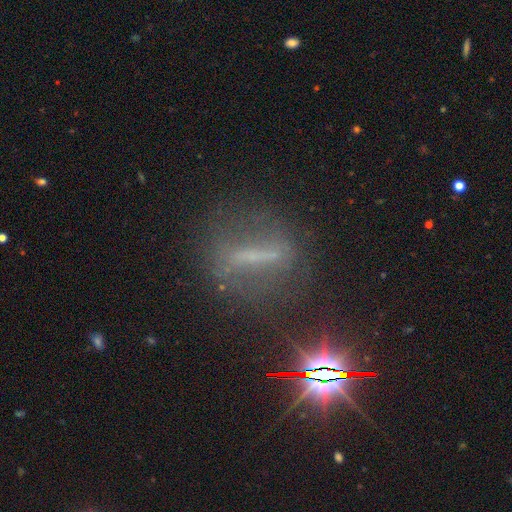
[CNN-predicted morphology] Q: Smooth or featured?
A: featured or disk (48%); runner-up: star or artifact (32%)
Q: Merging?
A: none (72%); runner-up: minor disturbance (14%)